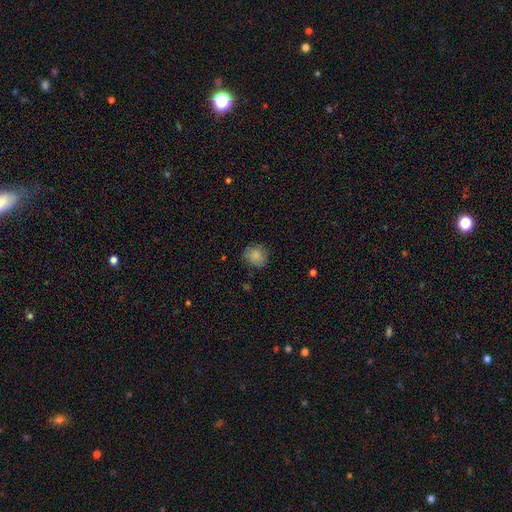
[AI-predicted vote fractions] Smooth or featured? smooth (85%)
How rounded? round (78%)
Merging? none (78%)